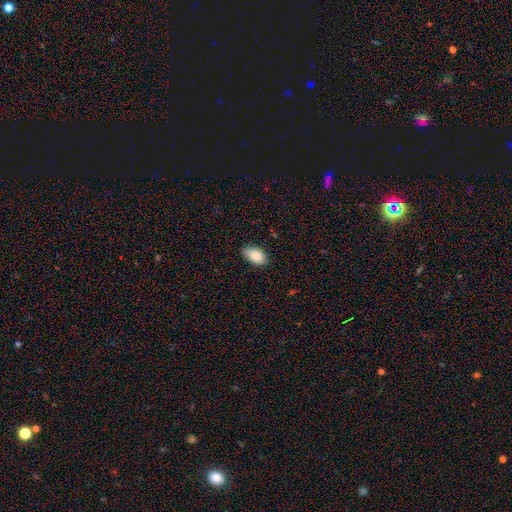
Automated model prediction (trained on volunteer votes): Smooth or featured? smooth (86%)
How rounded? in between (93%)
Merging? none (82%)